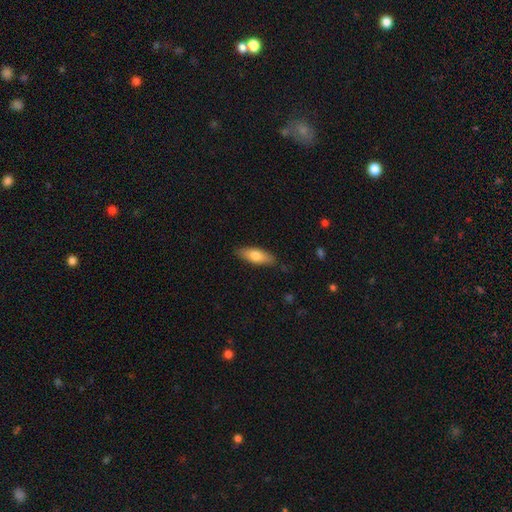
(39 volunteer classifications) This is clearly a smooth galaxy (85%). How rounded: likely in between (64%). Merging: clearly none (81%).